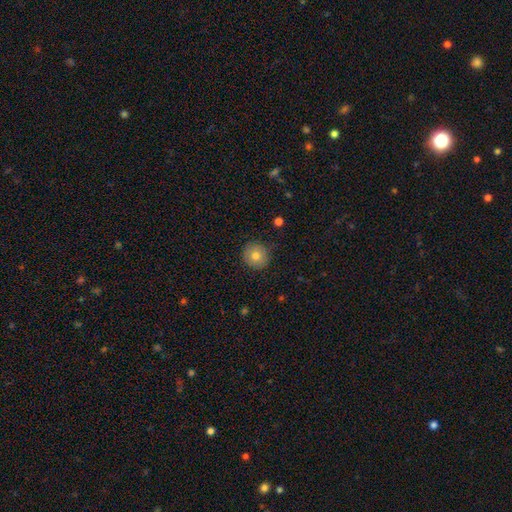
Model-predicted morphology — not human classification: This appears to be a smooth galaxy with no disk features (78%) that is round (92%). Merging: none (87%).